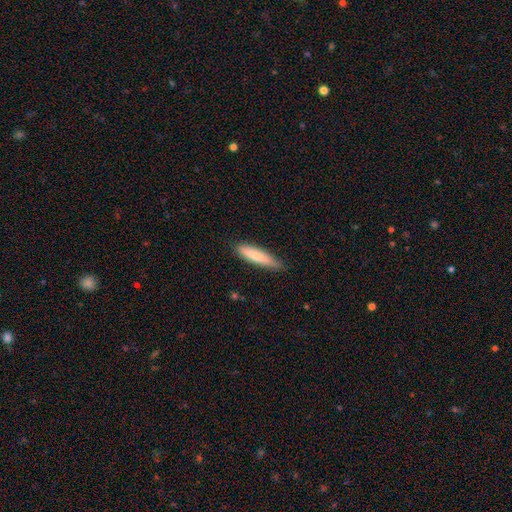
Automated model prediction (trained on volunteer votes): smooth 77%, featured or disk 17%, star or artifact 6%. Down the decision tree: how rounded — cigar-shaped (80%); merging — none (81%).